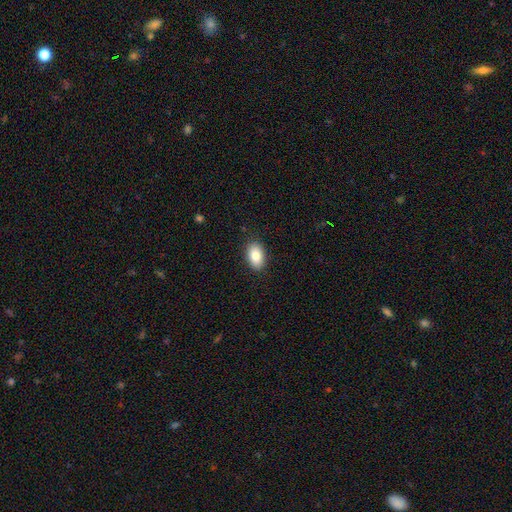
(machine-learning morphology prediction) This appears to be a smooth galaxy with no disk features (85%) that is in between round and cigar-shaped (90%). Merging: none (89%).